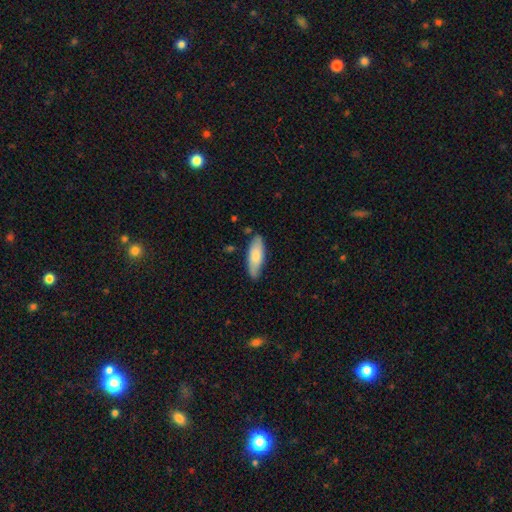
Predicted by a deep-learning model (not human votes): Overall: smooth (74%). How rounded: in between (65%; cigar-shaped 34%). Merging: none (80%).